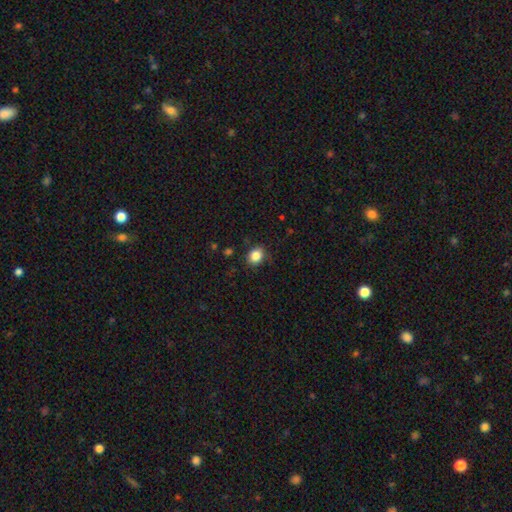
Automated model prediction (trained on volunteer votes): This is clearly a smooth galaxy (85%). How rounded: likely round (61%). Merging: clearly none (84%).